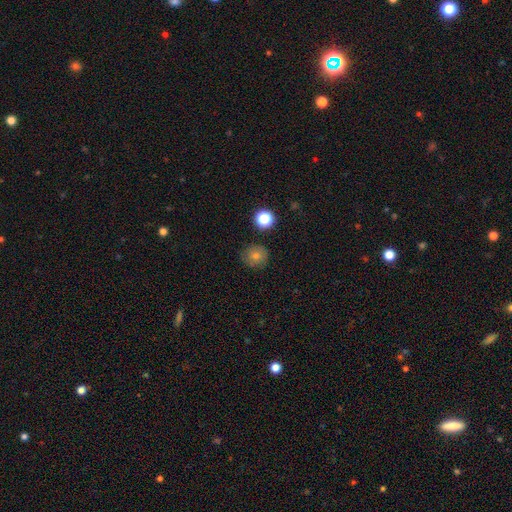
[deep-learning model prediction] smooth 71%, star or artifact 16%, featured or disk 13%. Down the decision tree: how rounded — round (88%); merging — none (85%).